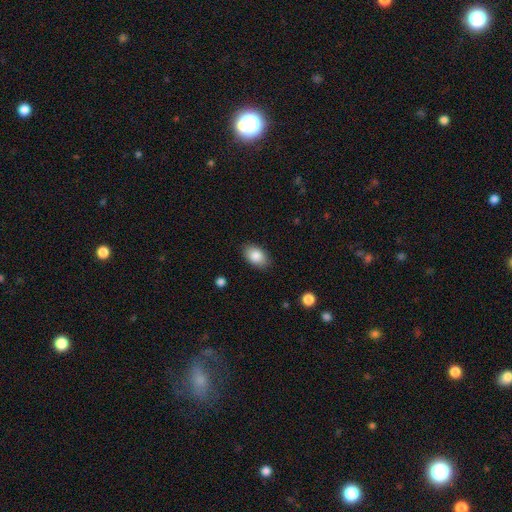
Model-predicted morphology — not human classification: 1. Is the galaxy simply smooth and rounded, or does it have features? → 86% smooth, 7% featured or disk, 7% star or artifact.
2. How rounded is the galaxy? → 90% in between, 8% round, 1% cigar-shaped.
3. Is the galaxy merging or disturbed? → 86% none, 10% minor disturbance, 2% major disturbance, 1% merger.